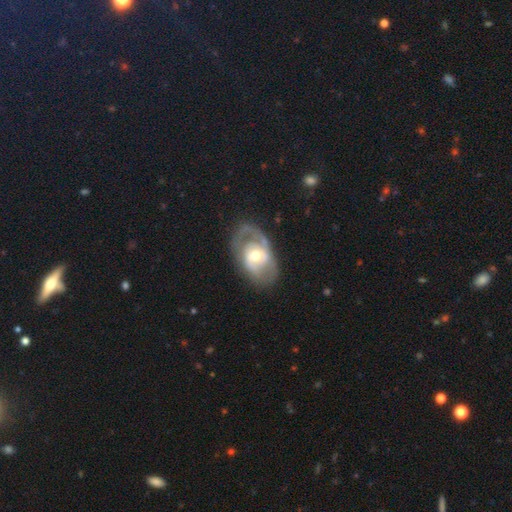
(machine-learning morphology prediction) Smooth or featured? featured or disk (70%)
Edge-on disk? no (94%)
Bar? no (62%)
Spiral arms? yes (63%)
Bulge size? moderate (69%)
Merging? none (68%)